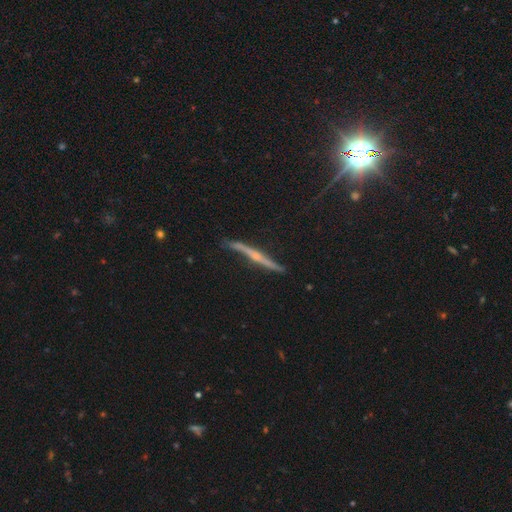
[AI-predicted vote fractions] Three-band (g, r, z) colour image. It shows a featured or disk galaxy (76%) viewed edge-on (93%) with a rounded central bulge (61%). Merging: none (73%).